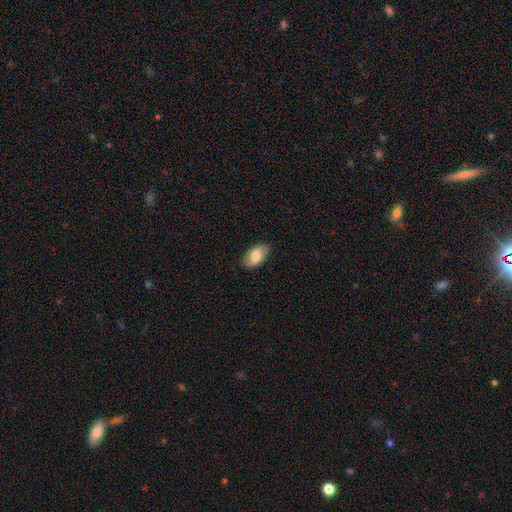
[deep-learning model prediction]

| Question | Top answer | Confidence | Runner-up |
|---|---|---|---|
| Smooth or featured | smooth | 77% | featured or disk (17%) |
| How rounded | in between | 94% | round (4%) |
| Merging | none | 85% | minor disturbance (12%) |